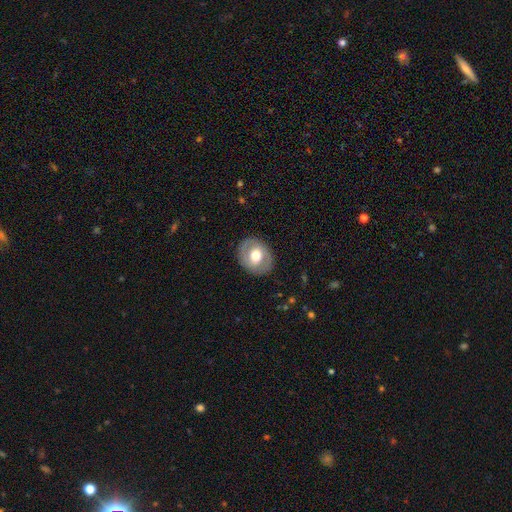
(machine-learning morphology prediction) Q: Smooth or featured?
A: smooth (47%); tied with: featured or disk (47%)
Q: Merging?
A: none (85%); runner-up: minor disturbance (10%)